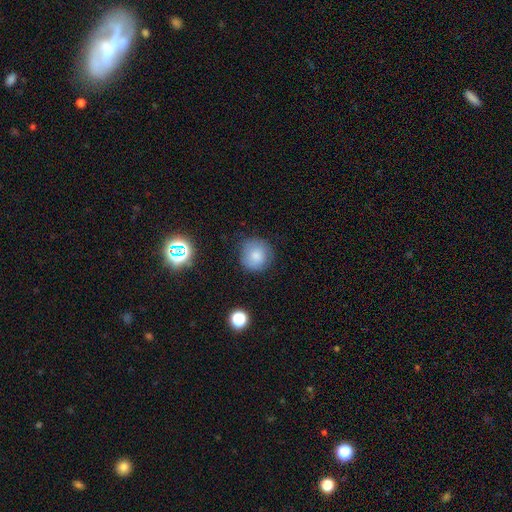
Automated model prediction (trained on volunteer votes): Overall: smooth (79%). How rounded: round (92%). Merging: none (80%).